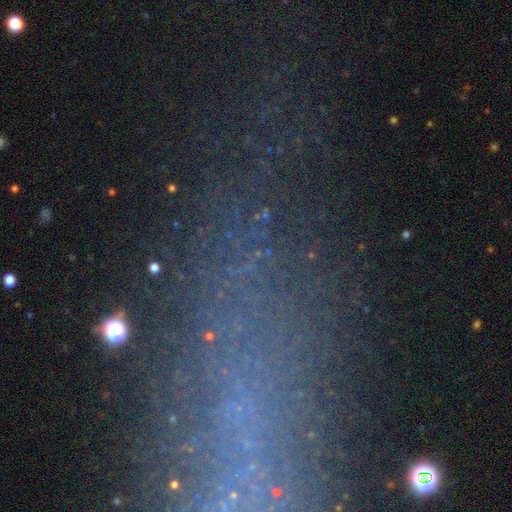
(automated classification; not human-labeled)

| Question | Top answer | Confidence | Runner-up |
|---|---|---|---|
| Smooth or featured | star or artifact | 59% | featured or disk (24%) |